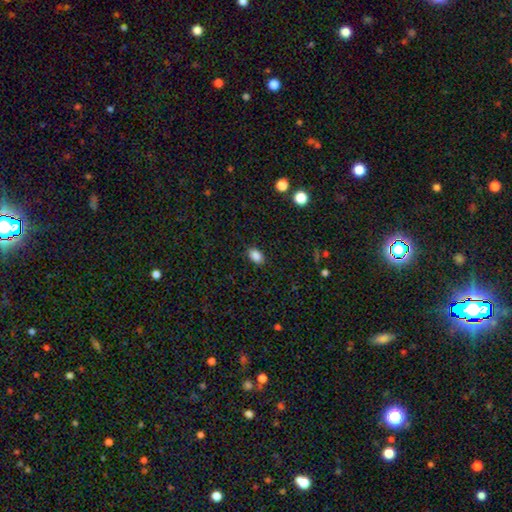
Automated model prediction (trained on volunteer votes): Overall: smooth (87%). How rounded: in between (87%). Merging: none (87%).